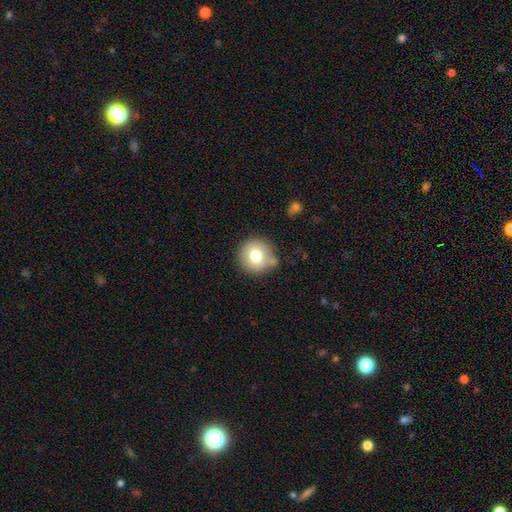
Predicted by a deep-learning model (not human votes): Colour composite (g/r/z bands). It shows a smooth galaxy with no disk features (76%) that is round (93%). Merging: none (75%).